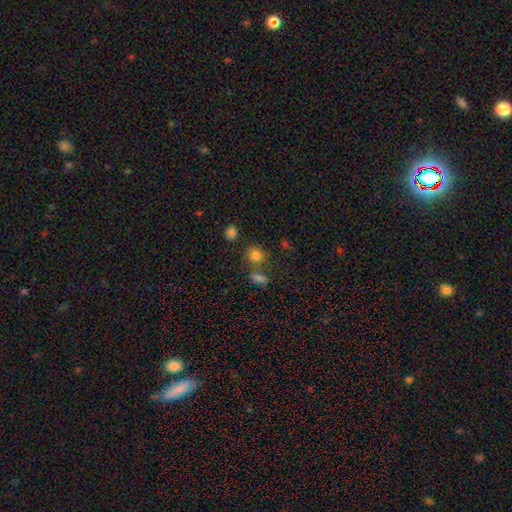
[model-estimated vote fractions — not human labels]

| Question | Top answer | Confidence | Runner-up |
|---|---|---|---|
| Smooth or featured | smooth | 79% | star or artifact (14%) |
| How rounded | round | 68% | in between (31%) |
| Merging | none | 64% | merger (20%) |